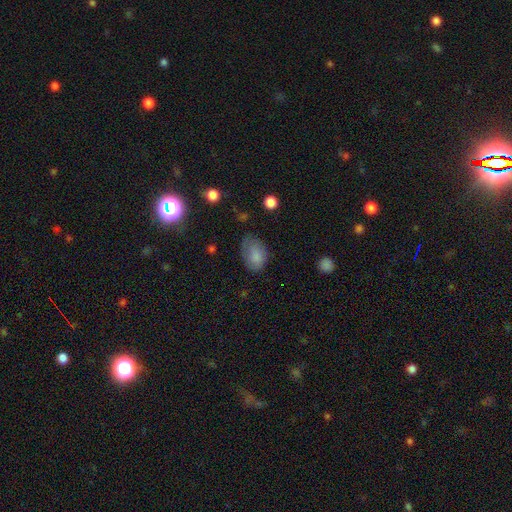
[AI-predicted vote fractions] Smooth or featured?
  - smooth: 81% *
  - featured or disk: 11%
  - star or artifact: 8%
How rounded?
  - in between: 85% *
  - round: 13%
  - cigar-shaped: 1%
Merging?
  - none: 52% *
  - minor disturbance: 32%
  - major disturbance: 14%
  - merger: 2%